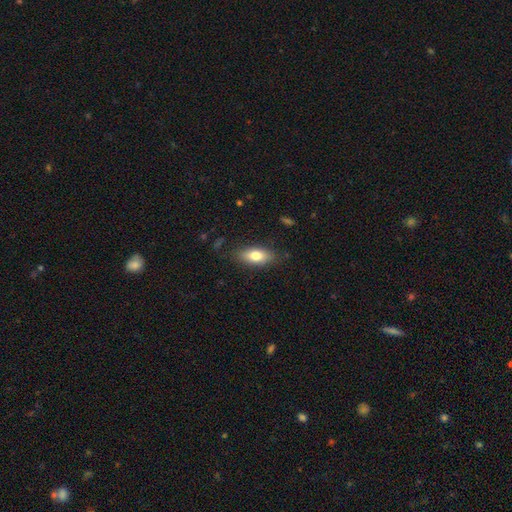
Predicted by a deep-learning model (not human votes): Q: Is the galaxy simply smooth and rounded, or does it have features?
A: smooth — 77%.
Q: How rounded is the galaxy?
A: in between — 82%.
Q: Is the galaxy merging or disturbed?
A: none — 82%.